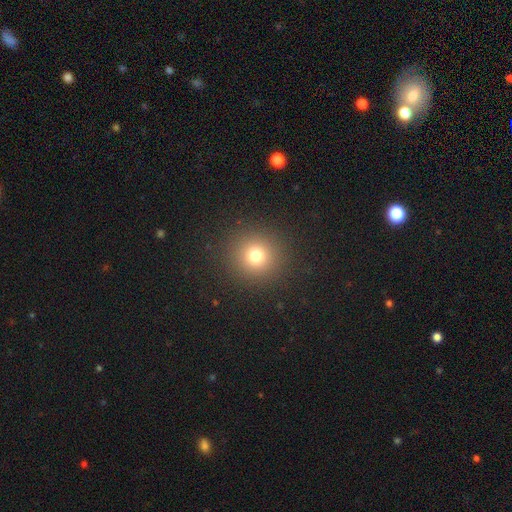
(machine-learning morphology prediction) Smooth or featured: smooth — 75% (star or artifact — 16%)
How rounded: round — 94% (in between — 5%)
Merging: none — 91% (minor disturbance — 5%)